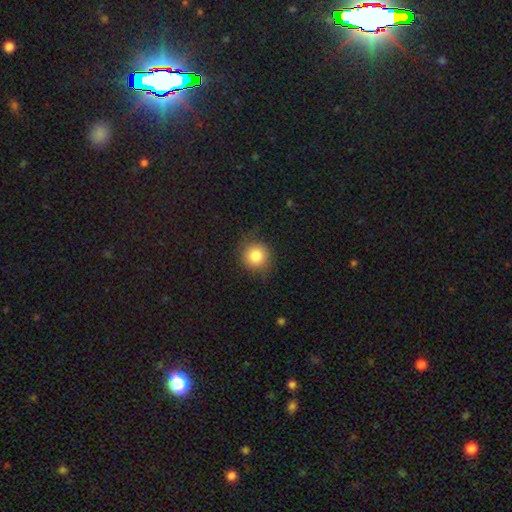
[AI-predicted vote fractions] A smooth galaxy with no disk features (84%) that is round (91%).

Vote fractions:
- Smooth or featured? smooth: 84% / star or artifact: 9% / featured or disk: 7%
- How rounded? round: 91% / in between: 8% / cigar-shaped: 1%
- Merging? none: 82% / minor disturbance: 14% / major disturbance: 4% / merger: 1%